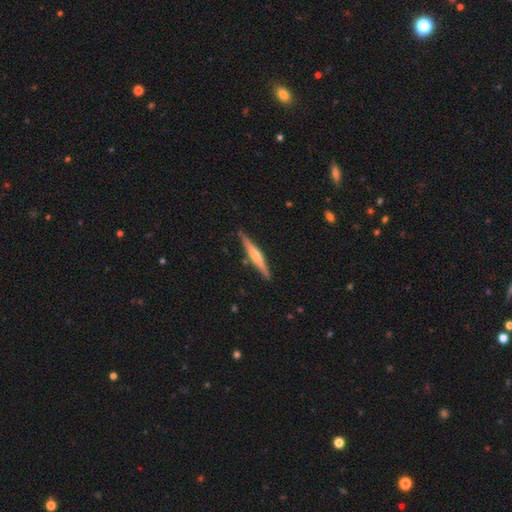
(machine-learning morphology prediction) A featured or disk galaxy (62%) viewed edge-on (97%) with a rounded central bulge (69%).

Vote fractions:
- Smooth or featured? featured or disk: 62% / smooth: 33% / star or artifact: 5%
- Edge-on disk? yes: 97% / no: 3%
- Edge-on bulge? rounded: 69% / none: 17% / boxy: 14%
- Merging? none: 87% / minor disturbance: 9% / merger: 2% / major disturbance: 2%